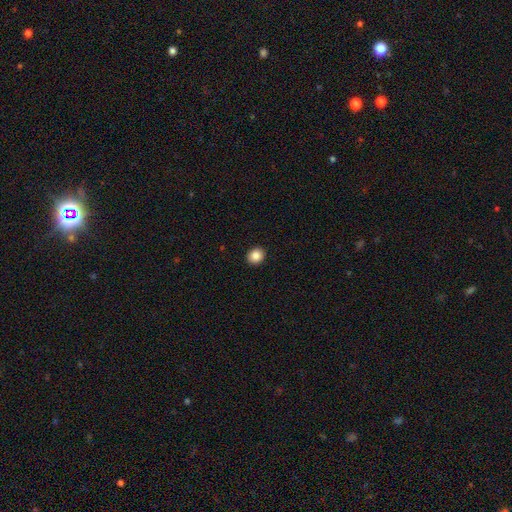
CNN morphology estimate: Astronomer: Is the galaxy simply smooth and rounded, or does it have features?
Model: smooth — 87%.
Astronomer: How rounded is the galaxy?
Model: round — 72%.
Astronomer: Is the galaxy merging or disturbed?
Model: none — 92%.